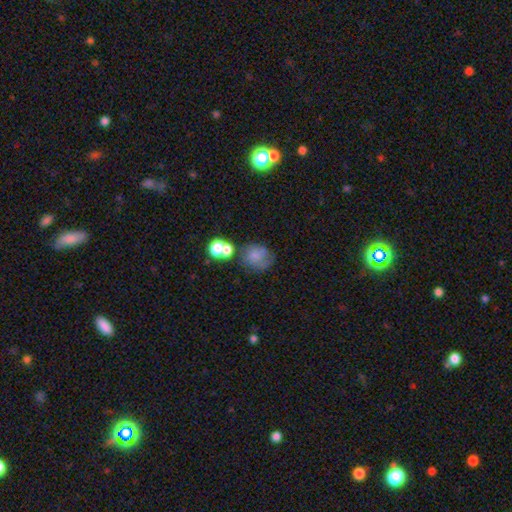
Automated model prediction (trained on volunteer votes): smooth_or_featured: smooth (p=0.62) [alt: featured or disk p=0.25]
how_rounded: round (p=0.69) [alt: in between p=0.30]
merging: none (p=0.45) [alt: minor disturbance p=0.21]